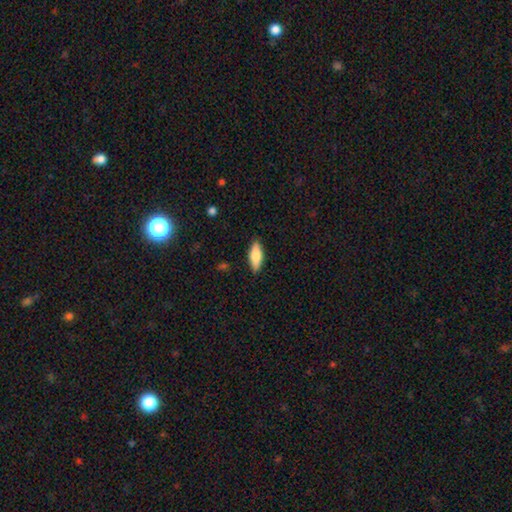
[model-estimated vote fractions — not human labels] Q: Smooth or featured?
A: smooth (75%); runner-up: featured or disk (19%)
Q: How rounded?
A: in between (71%); runner-up: cigar-shaped (27%)
Q: Merging?
A: none (87%); runner-up: minor disturbance (10%)